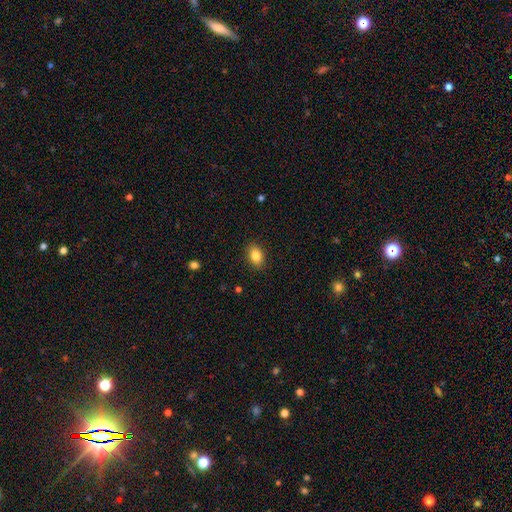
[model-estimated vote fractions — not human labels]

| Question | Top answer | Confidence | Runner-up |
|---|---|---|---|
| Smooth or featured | smooth | 85% | star or artifact (9%) |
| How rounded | in between | 77% | round (22%) |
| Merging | none | 88% | minor disturbance (8%) |